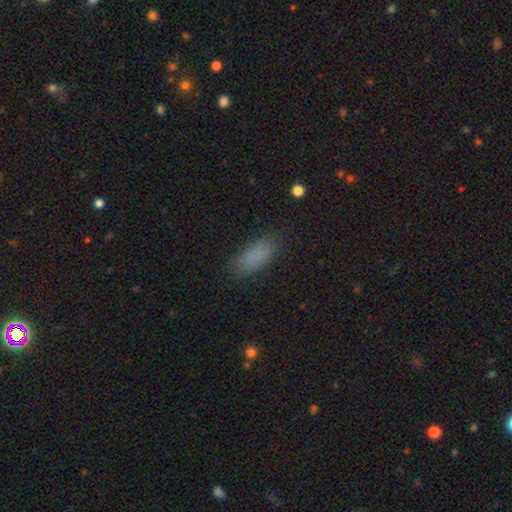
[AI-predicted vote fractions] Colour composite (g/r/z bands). It shows a smooth galaxy with no disk features (84%) that is in between round and cigar-shaped (77%). Merging: none (82%).